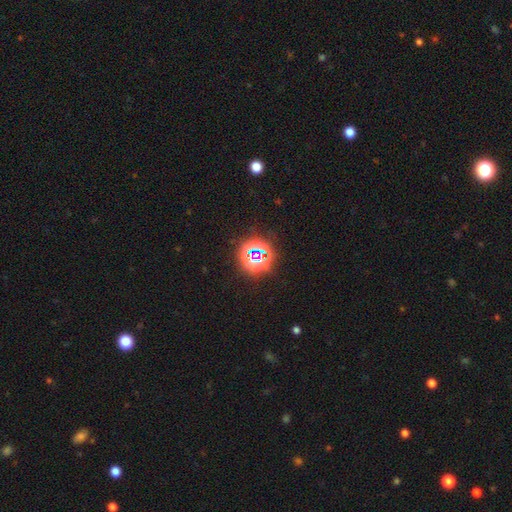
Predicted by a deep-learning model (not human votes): The model was most divided on "smooth or featured": star or artifact: 74%, smooth: 17%, featured or disk: 9%.